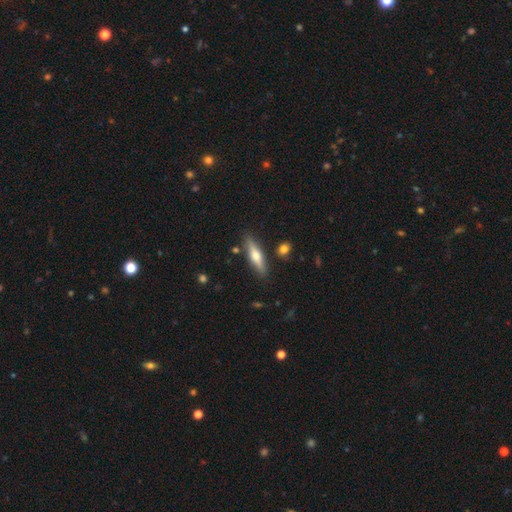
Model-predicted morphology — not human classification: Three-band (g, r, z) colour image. It shows a featured or disk galaxy (50%) viewed edge-on (93%). Merging: none (84%).